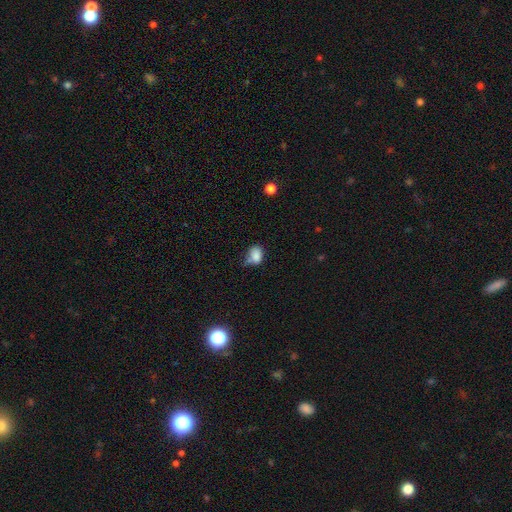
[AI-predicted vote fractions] Smooth or featured? smooth (81%)
How rounded? in between (71%)
Merging? none (46%)